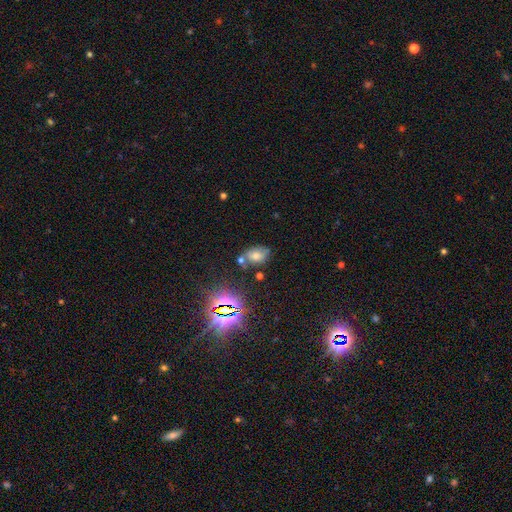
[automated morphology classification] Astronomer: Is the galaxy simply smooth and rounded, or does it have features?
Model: smooth — 43% (runner-up: star or artifact, 37%).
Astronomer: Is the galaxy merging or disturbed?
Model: none — 67%.